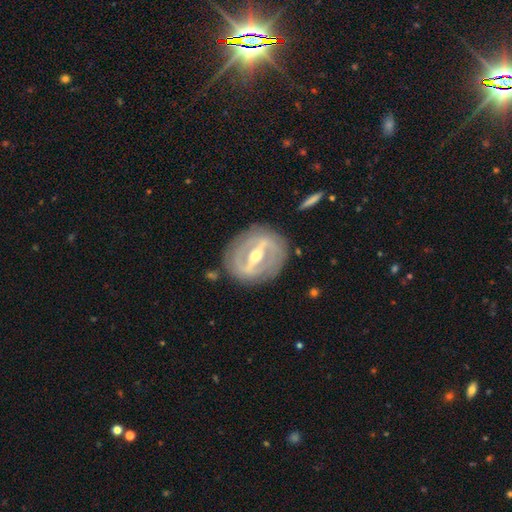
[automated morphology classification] Smooth or featured? Predicted: featured or disk (p=0.84). Edge-on disk? Predicted: no (p=0.84). Bar? Predicted: strong (p=0.80). Spiral arms? Predicted: yes (p=0.58). Bulge size? Predicted: moderate (p=0.66). Merging? Predicted: none (p=0.83).